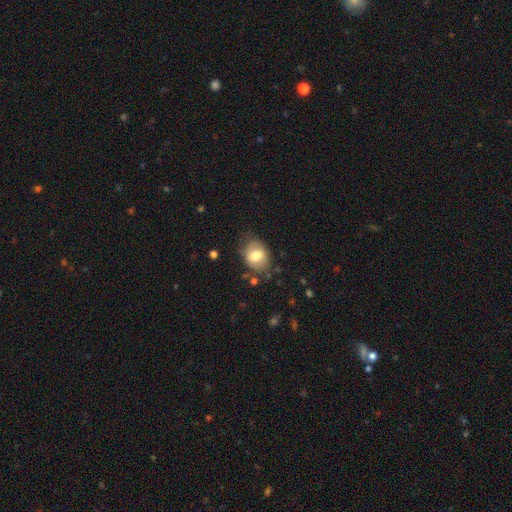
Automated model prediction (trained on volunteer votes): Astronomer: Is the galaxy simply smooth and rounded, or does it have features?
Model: smooth — 71%.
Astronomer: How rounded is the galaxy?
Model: in between — 56% (runner-up: round, 43%).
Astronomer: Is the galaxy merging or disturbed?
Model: none — 66%.